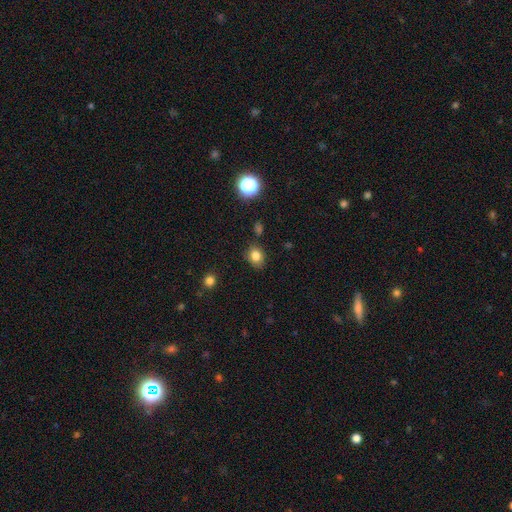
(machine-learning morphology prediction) Overall: smooth (81%). How rounded: round (52%; in between 47%). Merging: none (80%).